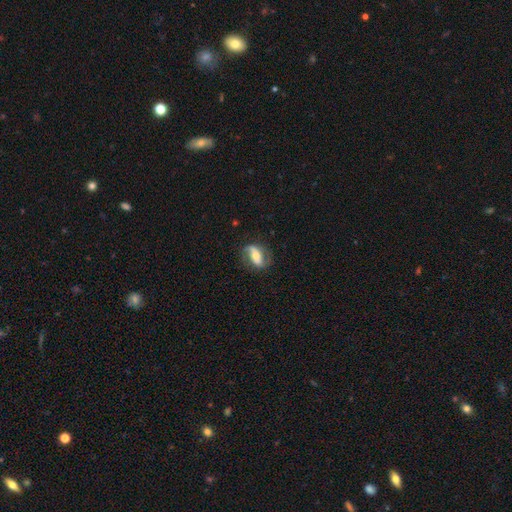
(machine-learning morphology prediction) featured or disk 68%, smooth 26%, star or artifact 6%. Down the decision tree: edge-on disk — no (91%); bar — strong (47%); spiral arms — yes (84%); spiral arm count — 2 (84%); spiral winding — loose (46%); bulge size — moderate (59%); merging — none (73%).